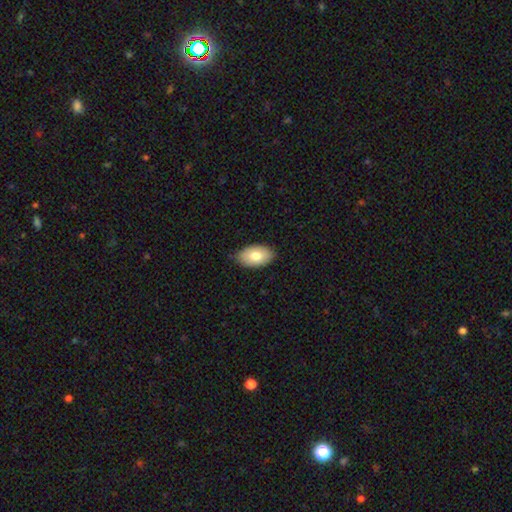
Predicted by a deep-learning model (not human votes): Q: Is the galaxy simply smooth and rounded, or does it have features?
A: smooth — 77%.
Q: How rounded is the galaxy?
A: in between — 94%.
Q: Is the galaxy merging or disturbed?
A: none — 80%.